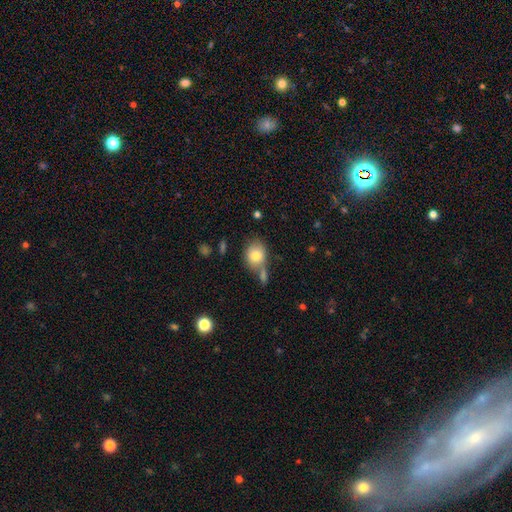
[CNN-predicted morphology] smooth 79%, featured or disk 13%, star or artifact 9%. Down the decision tree: how rounded — round (51%); merging — none (52%).